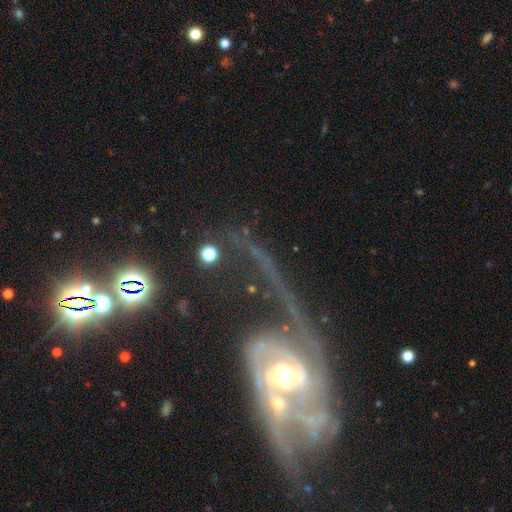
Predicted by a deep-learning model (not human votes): featured or disk 78%, smooth 12%, star or artifact 11%. Down the decision tree: edge-on disk — no (94%); bar — no (56%); spiral arms — yes (81%); spiral arm count — 2 (44%); spiral winding — loose (44%); bulge size — moderate (61%); merging — major disturbance (38%).